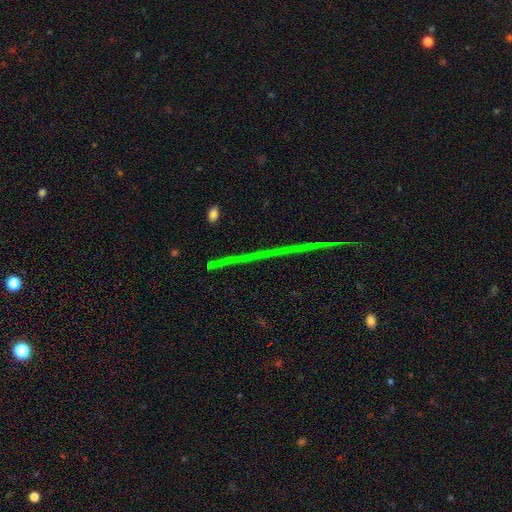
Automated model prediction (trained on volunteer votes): smooth-or-featured: star or artifact: 54% | featured or disk: 32% | smooth: 14%